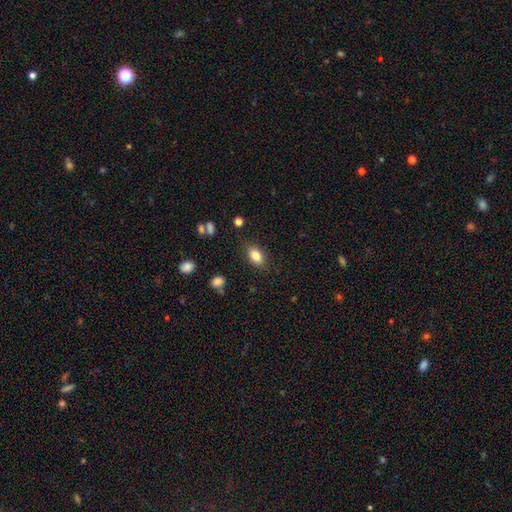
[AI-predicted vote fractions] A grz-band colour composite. It shows a smooth galaxy with no disk features (82%) that is in between round and cigar-shaped (84%). Merging: none (83%).